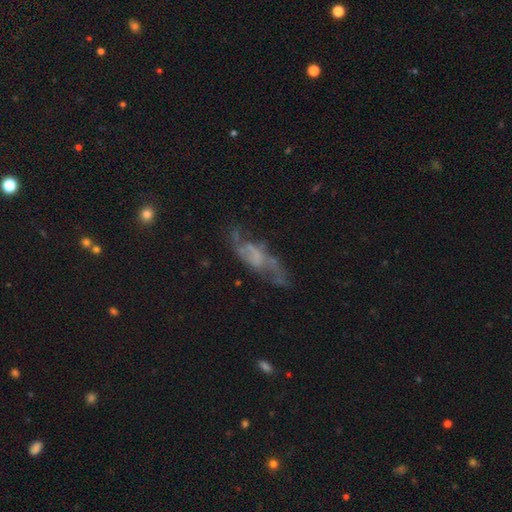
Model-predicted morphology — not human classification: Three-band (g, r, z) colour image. It shows a featured or disk galaxy (64%) with no bar (63%), spiral arms (61%) and no central bulge (58%). Merging: none (50%).